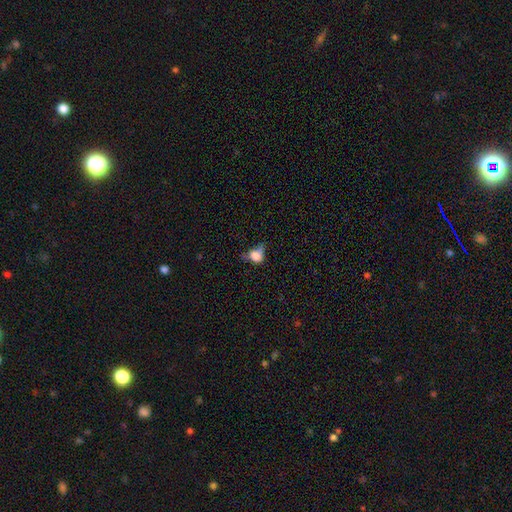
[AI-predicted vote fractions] Smooth or featured? Predicted: smooth (p=0.70). How rounded? Predicted: in between (p=0.57). Merging? Predicted: minor disturbance (p=0.32).